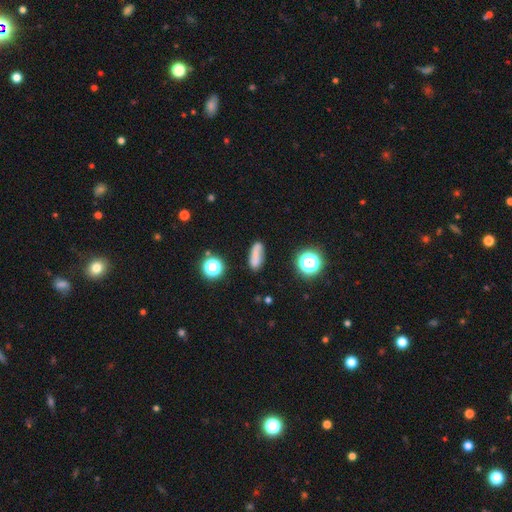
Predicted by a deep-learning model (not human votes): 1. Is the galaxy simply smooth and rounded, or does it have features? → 69% smooth, 16% featured or disk, 15% star or artifact.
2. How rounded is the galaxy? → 57% in between, 35% cigar-shaped, 8% round.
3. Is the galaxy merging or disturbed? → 66% none, 21% minor disturbance, 7% major disturbance, 6% merger.